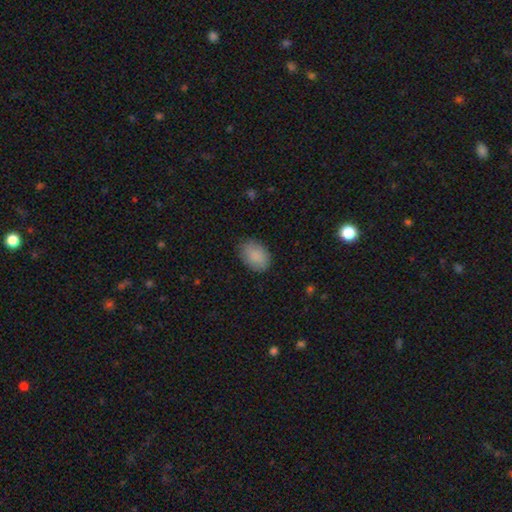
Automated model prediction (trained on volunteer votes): smooth 88%, star or artifact 7%, featured or disk 5%. Down the decision tree: how rounded — in between (81%); merging — none (81%).